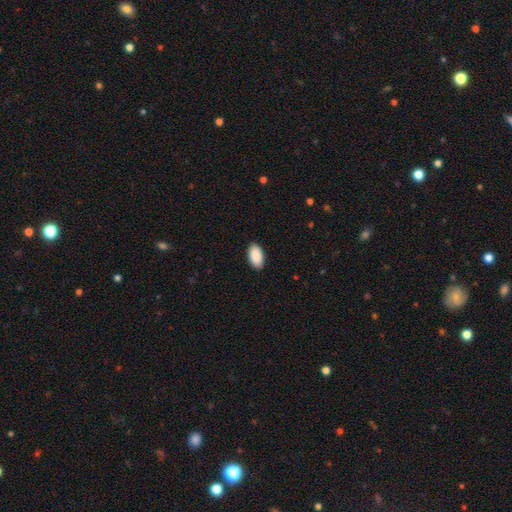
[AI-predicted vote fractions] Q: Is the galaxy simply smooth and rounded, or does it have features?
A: smooth — 91%.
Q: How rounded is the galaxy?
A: in between — 96%.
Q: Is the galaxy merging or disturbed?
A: none — 90%.